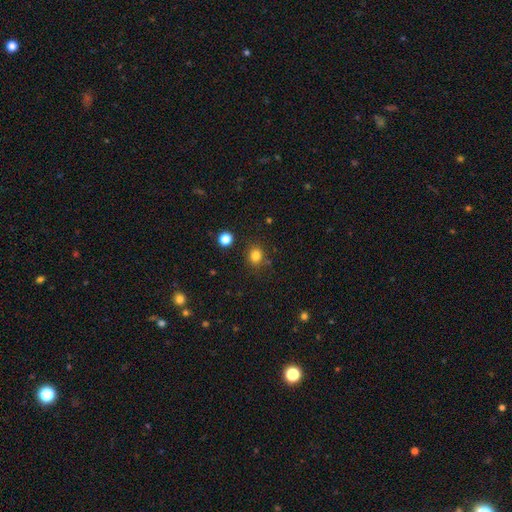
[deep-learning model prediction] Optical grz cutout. It shows a smooth galaxy with no disk features (81%) that is round (76%). Merging: none (81%).